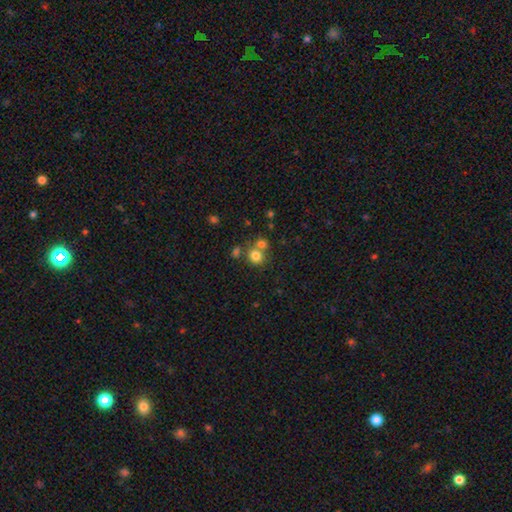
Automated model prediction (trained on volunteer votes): The model was most divided on "merging": none: 54%, merger: 34%, minor disturbance: 8%, major disturbance: 3%. More confident: how rounded — round (82%); smooth or featured — smooth (77%).